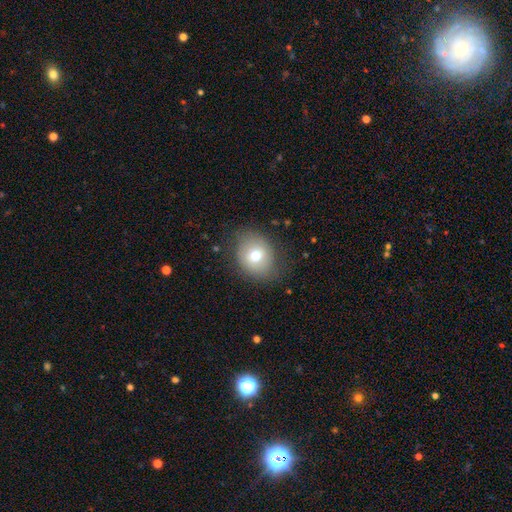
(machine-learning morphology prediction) Overall: smooth (68%). How rounded: round (61%; in between 38%). Merging: none (77%).